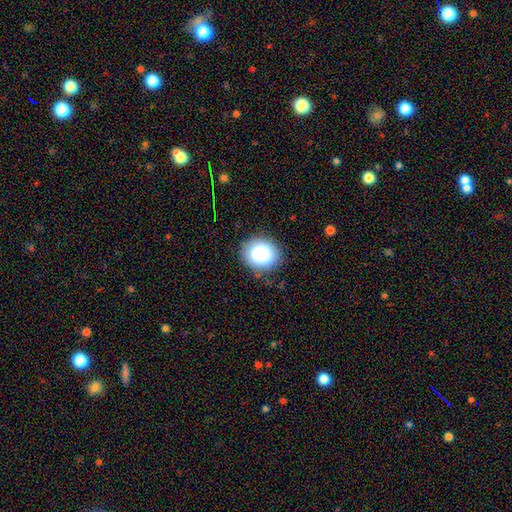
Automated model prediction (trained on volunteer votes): Q: Smooth or featured?
A: smooth (86%); runner-up: star or artifact (9%)
Q: How rounded?
A: round (67%); runner-up: in between (32%)
Q: Merging?
A: none (84%); runner-up: minor disturbance (11%)